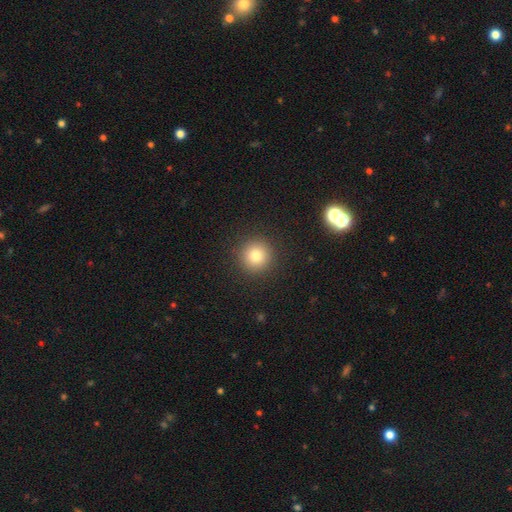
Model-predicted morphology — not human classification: A smooth galaxy with no disk features (80%) that is round (95%).

Vote fractions:
- Smooth or featured? smooth: 80% / star or artifact: 12% / featured or disk: 8%
- How rounded? round: 95% / in between: 4% / cigar-shaped: 1%
- Merging? none: 92% / minor disturbance: 5% / major disturbance: 2% / merger: 1%